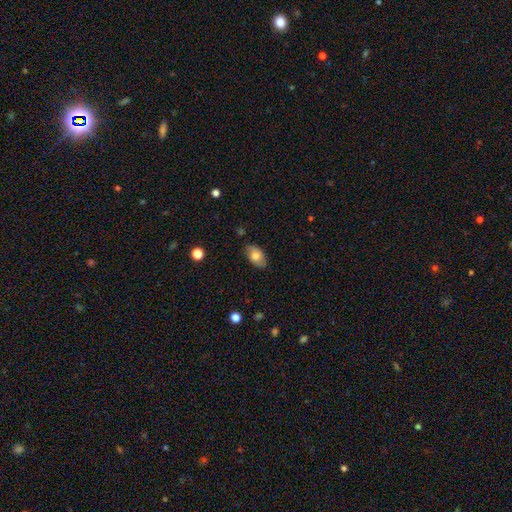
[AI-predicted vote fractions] The model was most divided on "smooth or featured": smooth: 71%, featured or disk: 22%, star or artifact: 7%. More confident: how rounded — in between (92%); merging — none (79%).